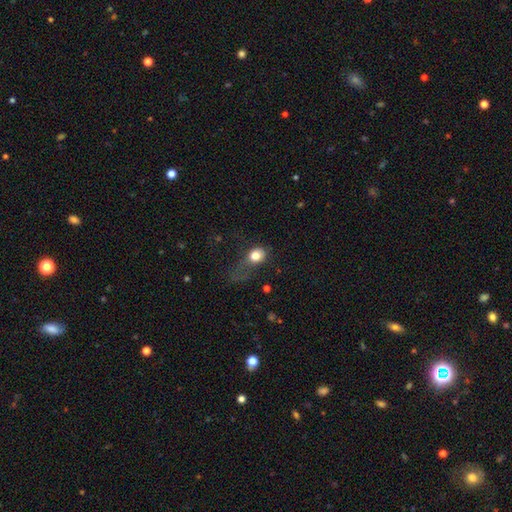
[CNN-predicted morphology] smooth_or_featured: smooth (p=0.78) [alt: featured or disk p=0.12]
how_rounded: in between (p=0.50) [alt: round p=0.48]
merging: major disturbance (p=0.48) [alt: none p=0.25]